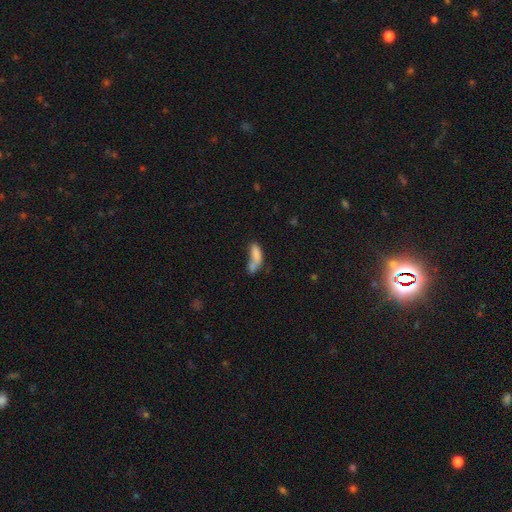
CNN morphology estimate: smooth 76%, featured or disk 15%, star or artifact 10%. Down the decision tree: how rounded — in between (69%); merging — merger (47%).